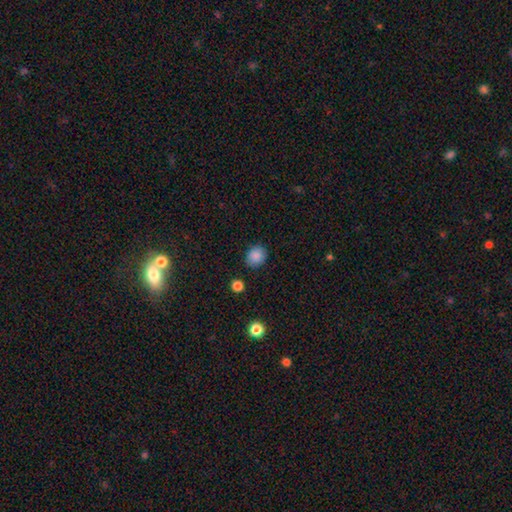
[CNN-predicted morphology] Overall: smooth (87%). How rounded: round (67%; in between 32%). Merging: none (86%).